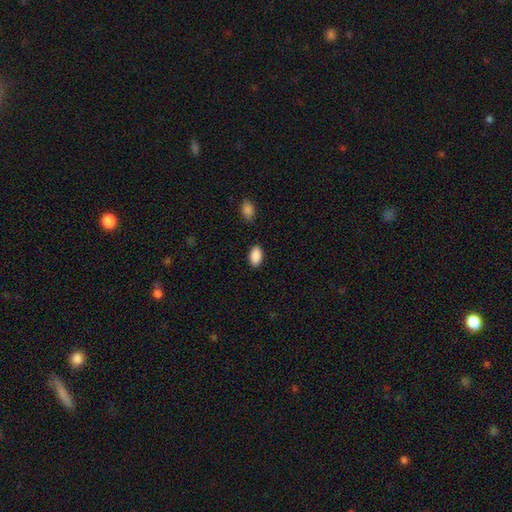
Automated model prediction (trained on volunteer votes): Morphology: type=smooth (90%); roundness=in between (94%); merging=none (86%).